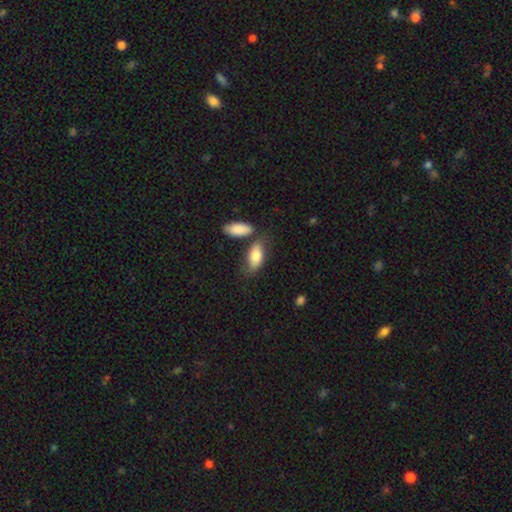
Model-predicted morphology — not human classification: Smooth or featured? smooth (78%)
How rounded? in between (88%)
Merging? none (59%)